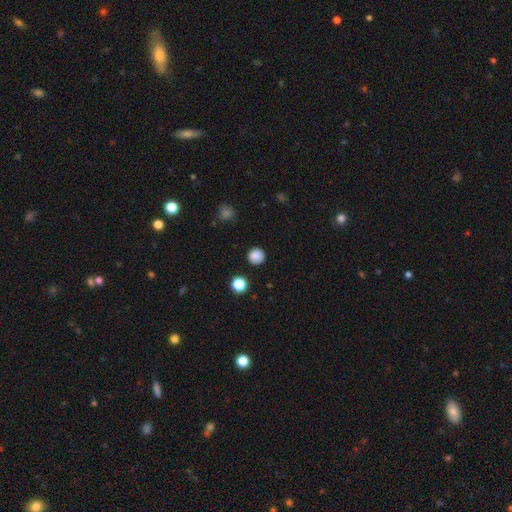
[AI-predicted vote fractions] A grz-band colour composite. It shows a smooth galaxy with no disk features (85%) that is round (94%). Merging: none (89%).